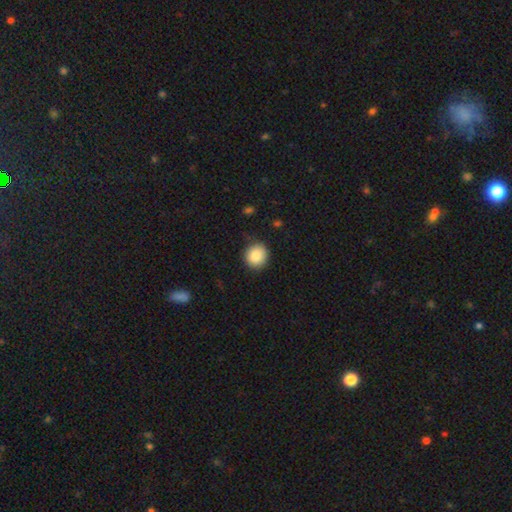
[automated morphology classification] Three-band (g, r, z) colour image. It shows a smooth galaxy with no disk features (86%) that is round (88%). Merging: none (85%).